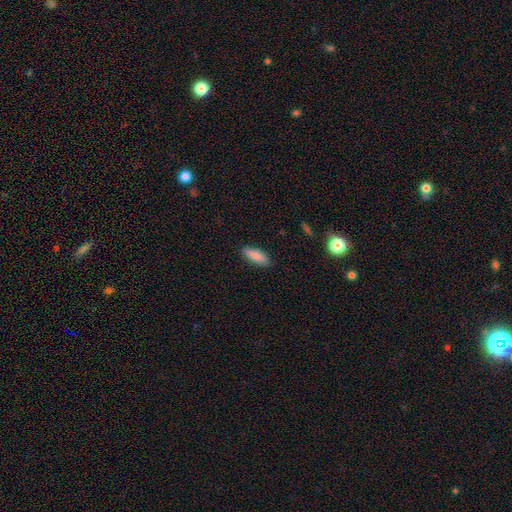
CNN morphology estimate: smooth_or_featured: smooth (p=0.86) [alt: featured or disk p=0.08]
how_rounded: in between (p=0.69) [alt: cigar-shaped p=0.29]
merging: none (p=0.87) [alt: minor disturbance p=0.10]